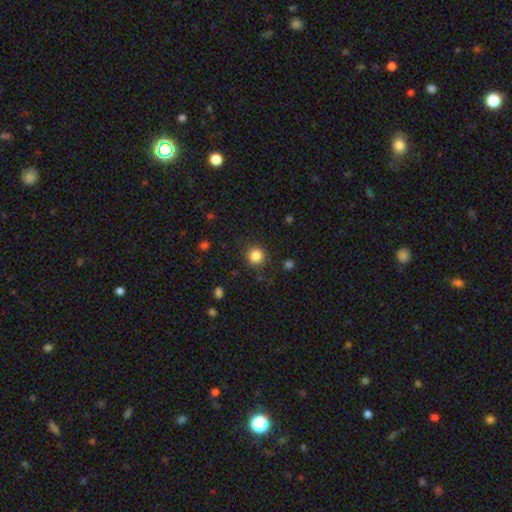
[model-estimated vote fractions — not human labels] The model was most divided on "smooth or featured": smooth: 85%, star or artifact: 11%, featured or disk: 4%. More confident: how rounded — round (93%); merging — none (89%).